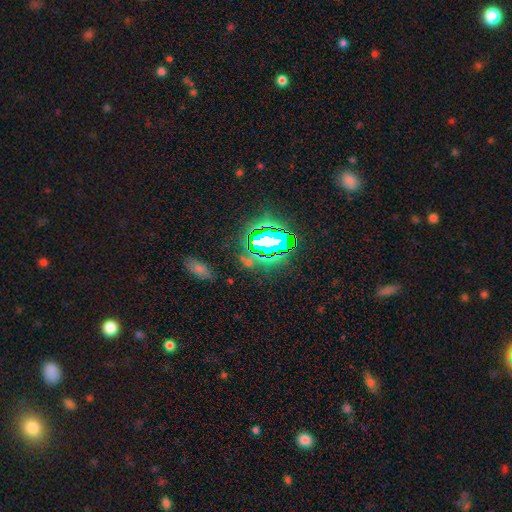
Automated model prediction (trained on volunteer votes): Overall: star or artifact (76%).